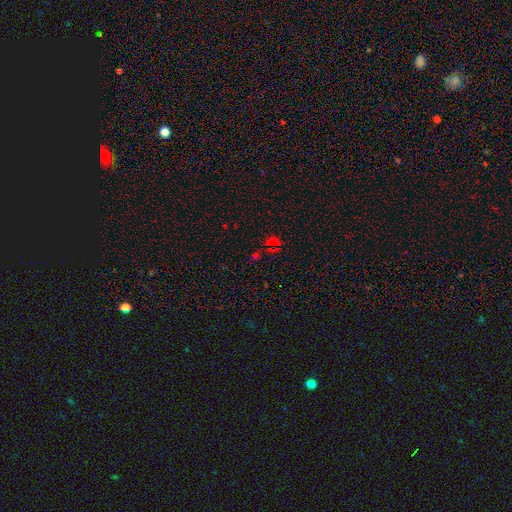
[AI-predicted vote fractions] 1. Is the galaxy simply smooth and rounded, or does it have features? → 62% star or artifact, 30% smooth, 8% featured or disk.